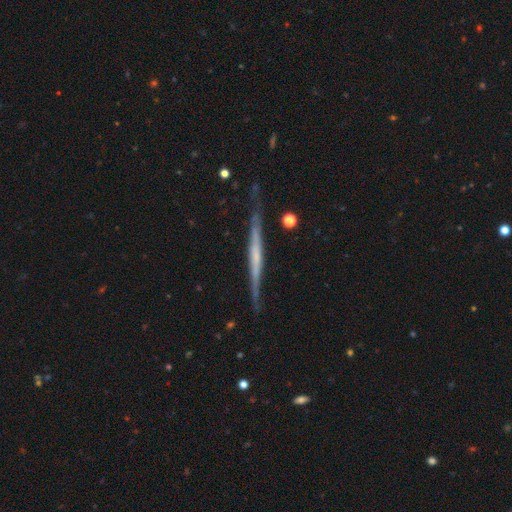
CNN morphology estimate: Overall: featured or disk (69%). Edge-on disk: yes (97%). Edge-on bulge: none (68%). Merging: none (81%).